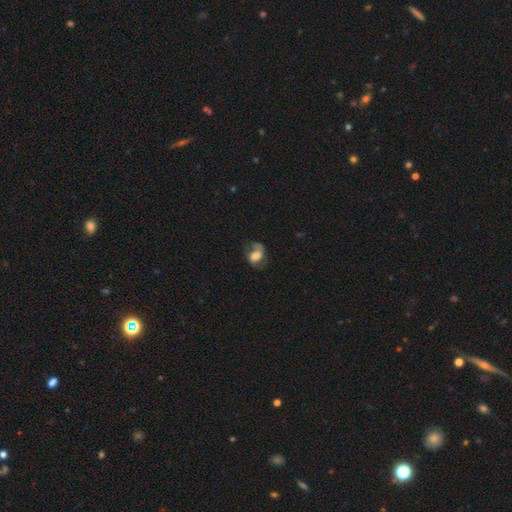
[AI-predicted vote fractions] Smooth or featured?
  - smooth: 47% *
  - featured or disk: 44%
  - star or artifact: 9%
Merging?
  - none: 46% *
  - major disturbance: 26%
  - minor disturbance: 25%
  - merger: 3%